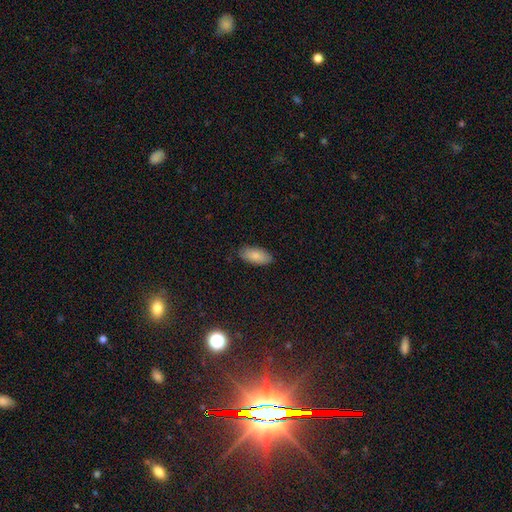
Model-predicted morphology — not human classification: This appears to be a smooth galaxy with no disk features (85%) that is in between round and cigar-shaped (91%). Merging: none (86%).